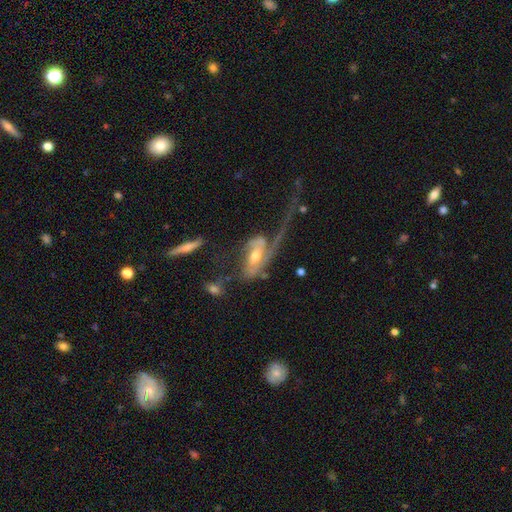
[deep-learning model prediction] Smooth or featured: featured or disk — 78% (smooth — 16%)
Edge-on disk: no — 90% (yes — 10%)
Bar: no — 42% (weak — 39%)
Spiral arms: yes — 85% (no — 15%)
Spiral winding: loose — 54% (medium — 29%)
Spiral arm count: 1 — 52% (2 — 34%)
Bulge size: moderate — 64% (small — 23%)
Merging: major disturbance — 57% (none — 20%)